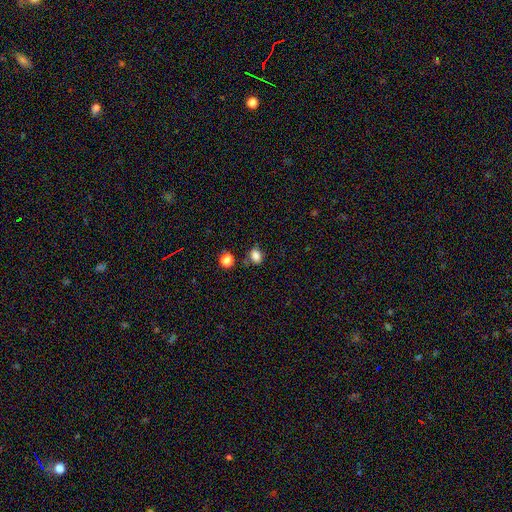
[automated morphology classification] Q: Smooth or featured?
A: smooth (83%); runner-up: star or artifact (12%)
Q: How rounded?
A: in between (62%); runner-up: round (36%)
Q: Merging?
A: none (70%); runner-up: minor disturbance (18%)